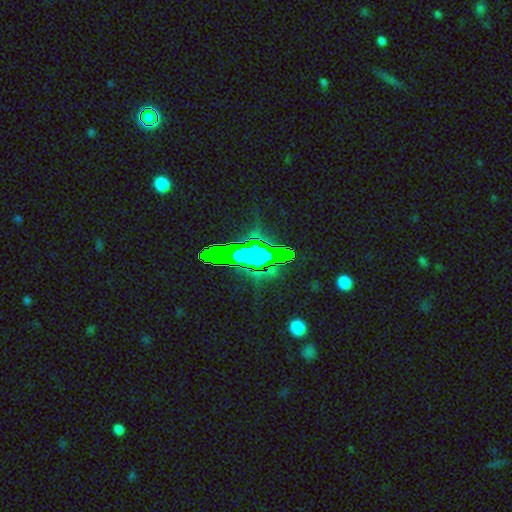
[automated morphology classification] This is likely a star or artifact rather than a galaxy (73%).